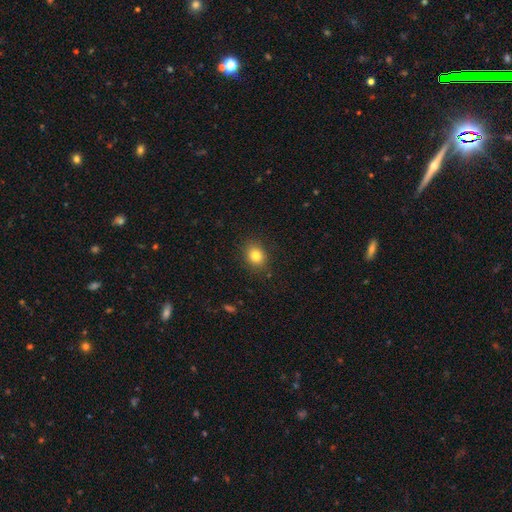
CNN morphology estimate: A smooth galaxy with no disk features (82%) that is round (54%). Merging: none (87%).